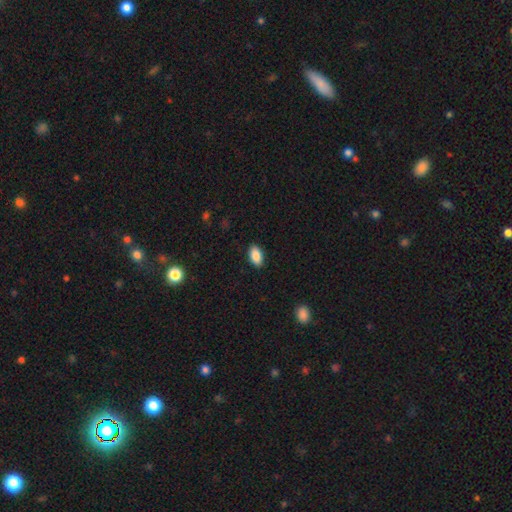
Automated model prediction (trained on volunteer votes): A smooth galaxy with no disk features (88%) that is in between round and cigar-shaped (93%). Merging: none (90%).